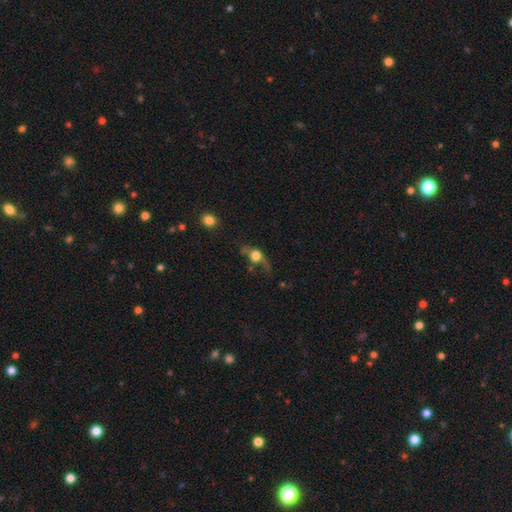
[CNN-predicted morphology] Q: Smooth or featured?
A: smooth (50%); runner-up: featured or disk (36%)
Q: How rounded?
A: round (63%); runner-up: in between (28%)
Q: Merging?
A: none (43%); runner-up: major disturbance (30%)